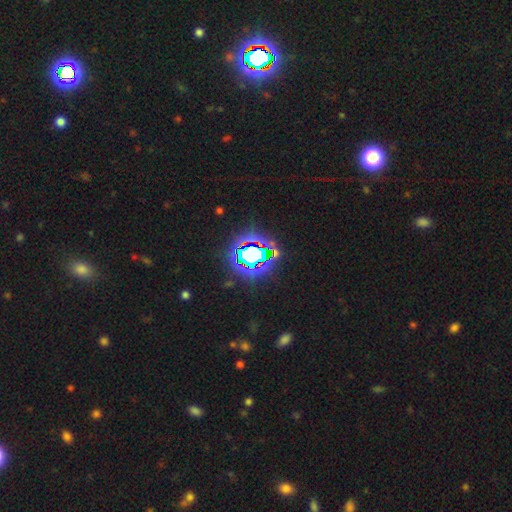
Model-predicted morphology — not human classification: The model was most divided on "smooth or featured": star or artifact: 81%, smooth: 12%, featured or disk: 8%.